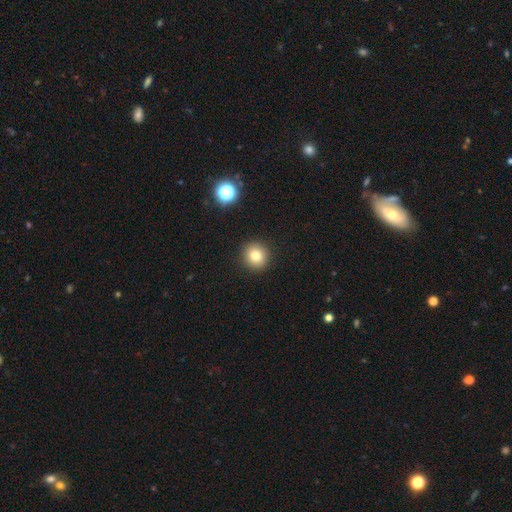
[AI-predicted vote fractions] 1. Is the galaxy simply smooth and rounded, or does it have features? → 80% smooth, 12% star or artifact, 8% featured or disk.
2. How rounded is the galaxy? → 90% round, 9% in between, 1% cigar-shaped.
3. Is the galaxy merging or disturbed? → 92% none, 5% minor disturbance, 2% major disturbance, 1% merger.